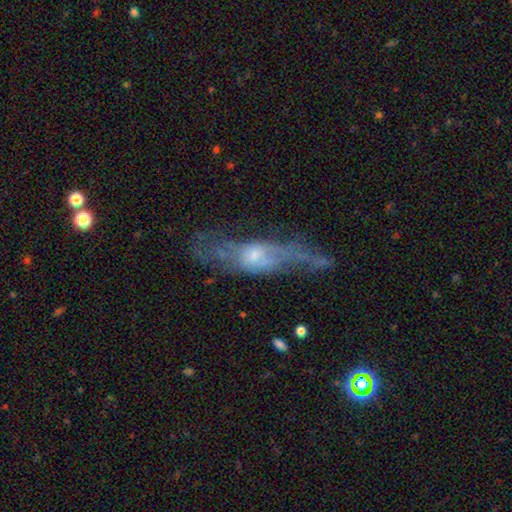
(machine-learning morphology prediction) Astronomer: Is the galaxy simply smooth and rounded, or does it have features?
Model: featured or disk — 63%.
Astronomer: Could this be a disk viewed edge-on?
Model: no — 64%.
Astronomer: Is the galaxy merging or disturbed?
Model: major disturbance — 36% (runner-up: none, 34%).